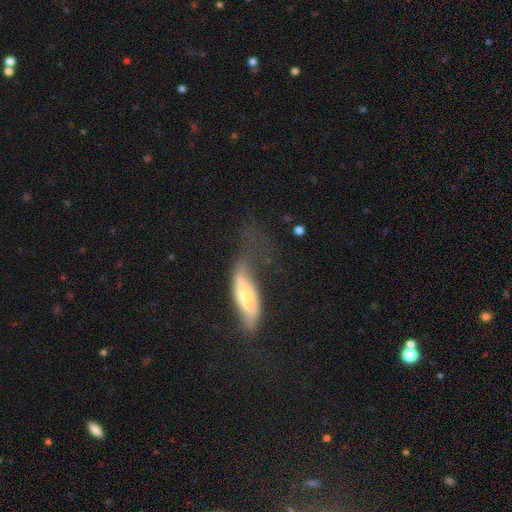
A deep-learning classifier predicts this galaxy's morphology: featured or disk 47%, smooth 42%, star or artifact 11%. Down the decision tree: merging — major disturbance (41%).